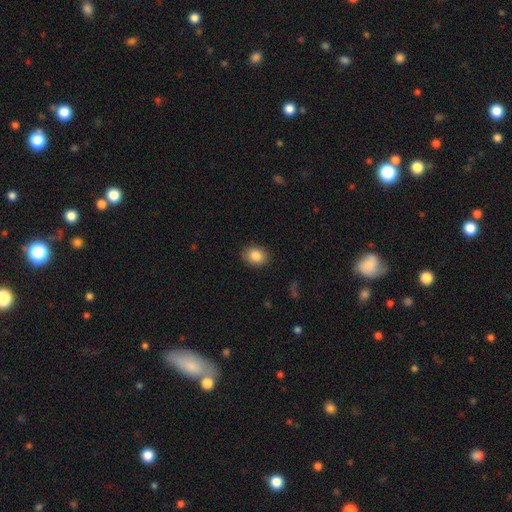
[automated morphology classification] Smooth or featured: smooth — 86% (star or artifact — 8%)
How rounded: in between — 55% (round — 44%)
Merging: none — 87% (minor disturbance — 10%)